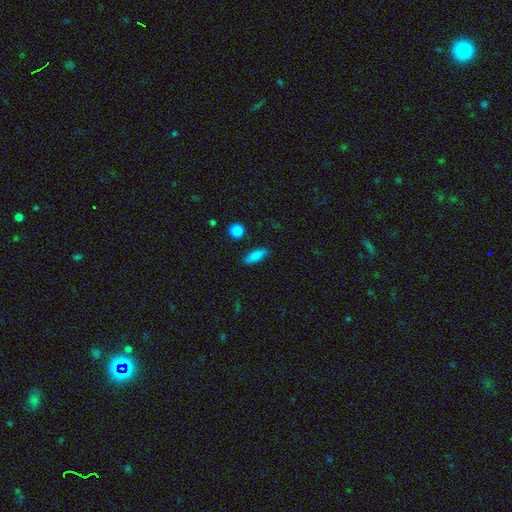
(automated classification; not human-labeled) smooth 85%, star or artifact 8%, featured or disk 7%. Down the decision tree: how rounded — in between (52%); merging — none (86%).